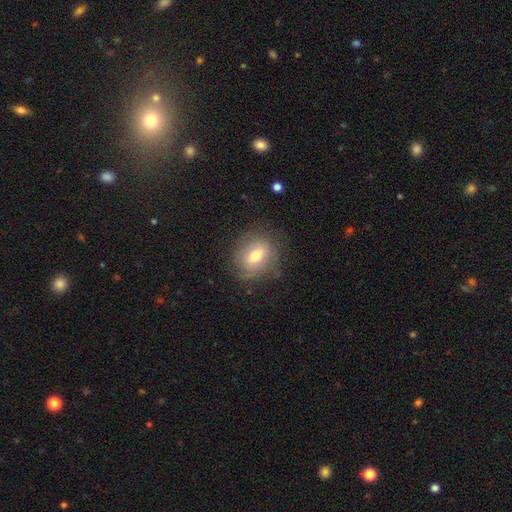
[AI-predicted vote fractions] The model was most divided on "smooth or featured": smooth: 57%, featured or disk: 33%, star or artifact: 10%. More confident: merging — none (75%); how rounded — round (61%).